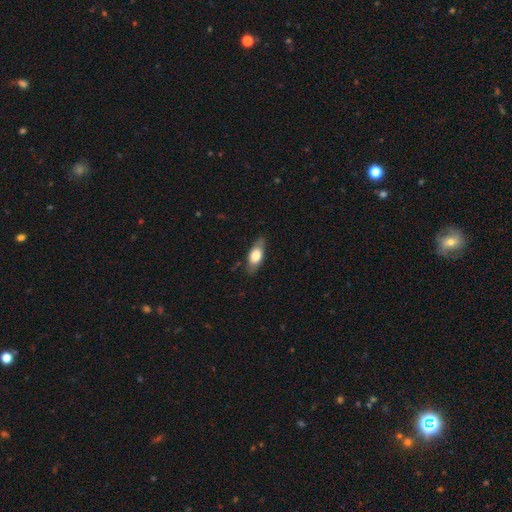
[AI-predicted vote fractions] This appears to be a smooth galaxy with no disk features (66%) that is in between round and cigar-shaped (80%). Merging: none (79%).